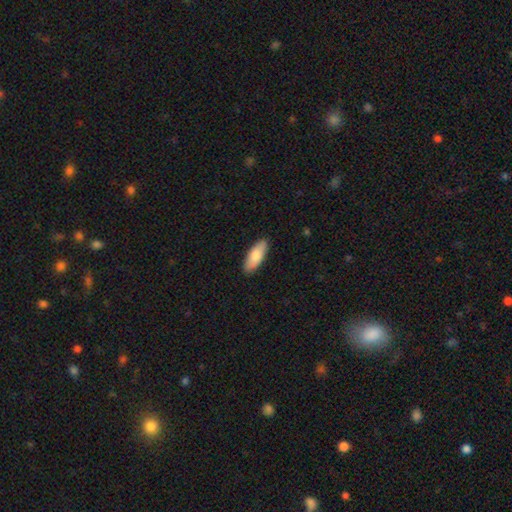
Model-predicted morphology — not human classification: Smooth or featured: smooth — 83% (featured or disk — 11%)
How rounded: in between — 72% (cigar-shaped — 26%)
Merging: none — 90% (minor disturbance — 8%)